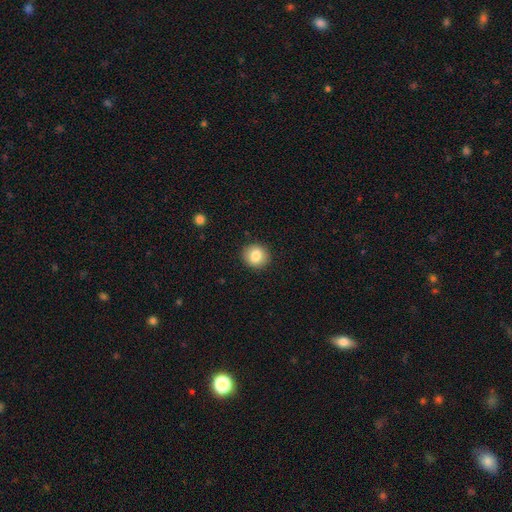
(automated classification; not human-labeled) Smooth or featured? smooth (83%)
How rounded? round (89%)
Merging? none (91%)